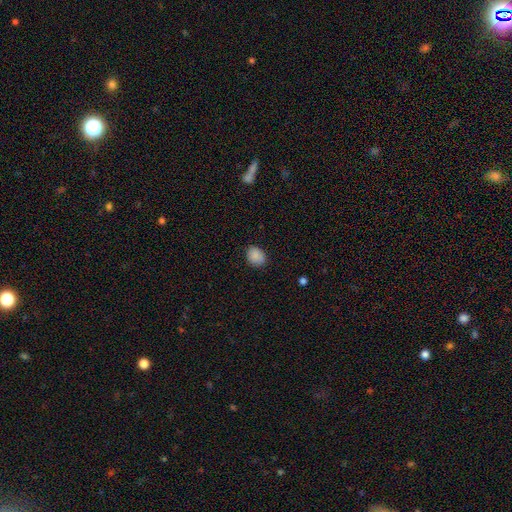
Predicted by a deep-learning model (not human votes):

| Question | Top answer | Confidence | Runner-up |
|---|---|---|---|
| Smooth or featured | smooth | 87% | star or artifact (9%) |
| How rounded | in between | 53% | round (46%) |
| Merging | none | 83% | minor disturbance (13%) |